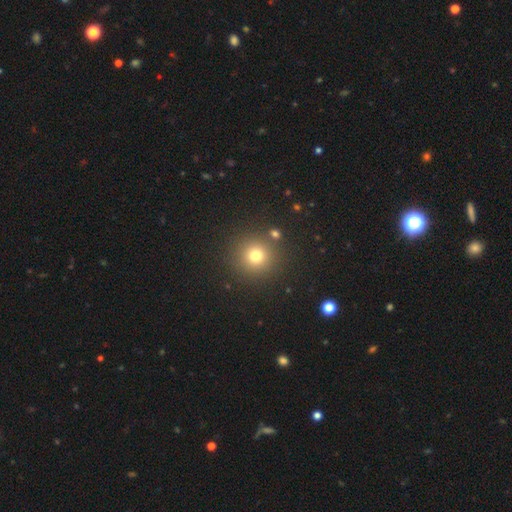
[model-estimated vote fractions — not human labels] The model was most divided on "smooth or featured": smooth: 75%, star or artifact: 17%, featured or disk: 8%. More confident: how rounded — round (94%); merging — none (87%).